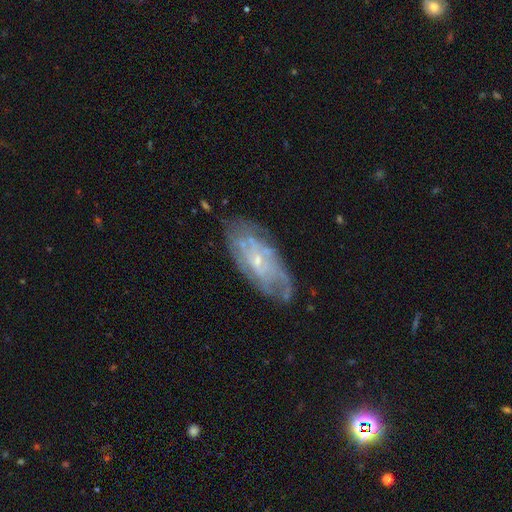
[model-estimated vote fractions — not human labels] Morphology: type=featured or disk (72%); edge-on=no (88%); bar=no (69%); spiral arms=yes (82%); winding=tight (60%); arm count=can't tell (60%); bulge=small (75%); merging=none (74%).